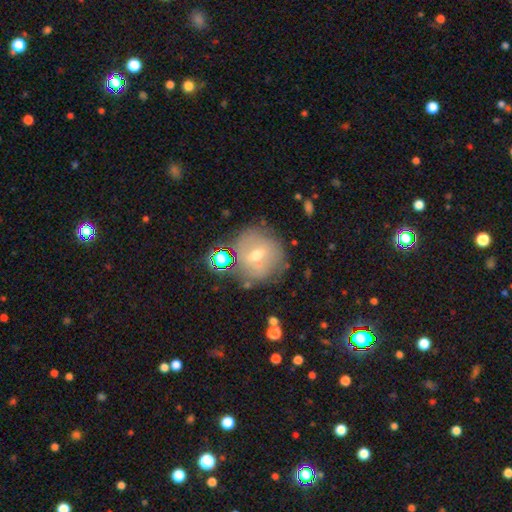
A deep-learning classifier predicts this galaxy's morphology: A featured or disk galaxy (43%).

Vote fractions:
- Smooth or featured? featured or disk: 43% / smooth: 41% / star or artifact: 16%
- Merging? none: 69% / minor disturbance: 17% / major disturbance: 8% / merger: 6%